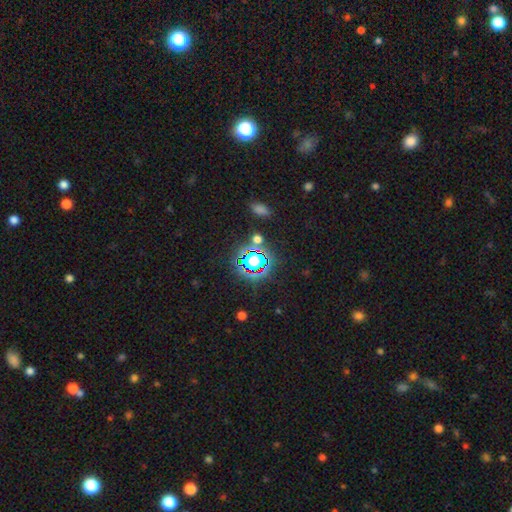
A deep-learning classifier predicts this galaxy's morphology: type=star or artifact (63%).